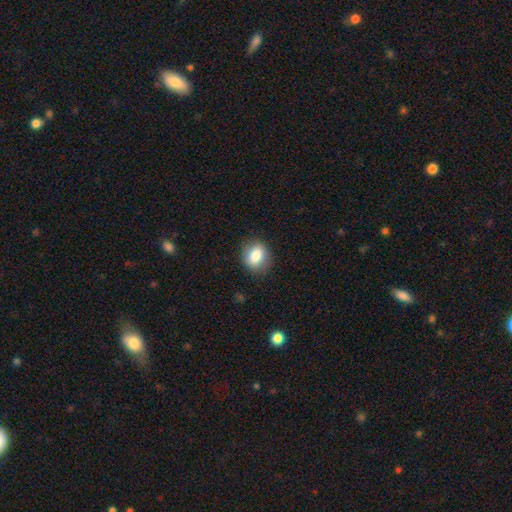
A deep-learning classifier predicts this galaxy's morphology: This appears to be a smooth galaxy with no disk features (81%) that is in between round and cigar-shaped (52%). Merging: none (84%).